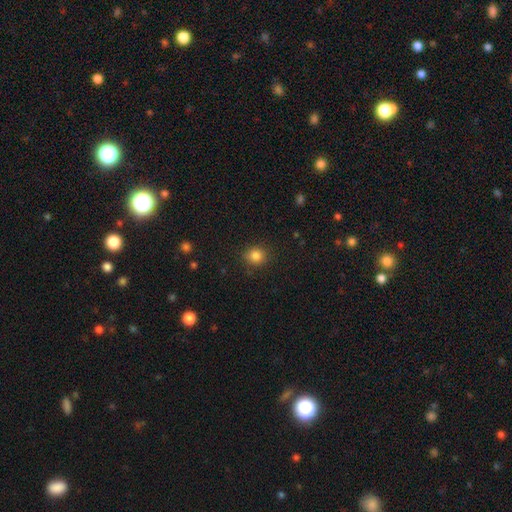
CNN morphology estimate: A smooth galaxy with no disk features (84%) that is round (84%).

Vote fractions:
- Smooth or featured? smooth: 84% / star or artifact: 11% / featured or disk: 4%
- How rounded? round: 84% / in between: 15% / cigar-shaped: 1%
- Merging? none: 86% / minor disturbance: 10% / major disturbance: 3% / merger: 1%